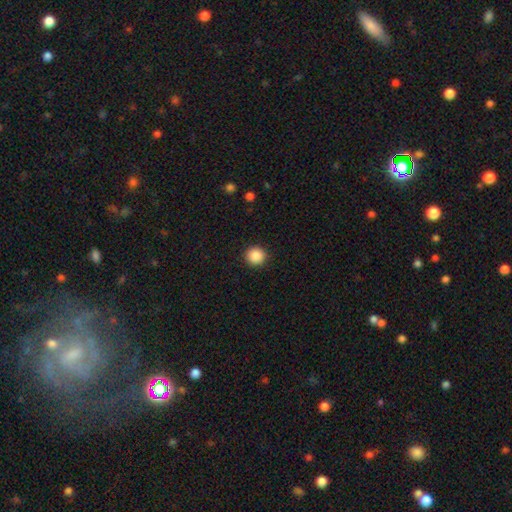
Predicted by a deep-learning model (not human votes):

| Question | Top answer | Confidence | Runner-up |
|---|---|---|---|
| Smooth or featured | smooth | 88% | star or artifact (9%) |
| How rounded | round | 93% | in between (6%) |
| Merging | none | 92% | minor disturbance (5%) |